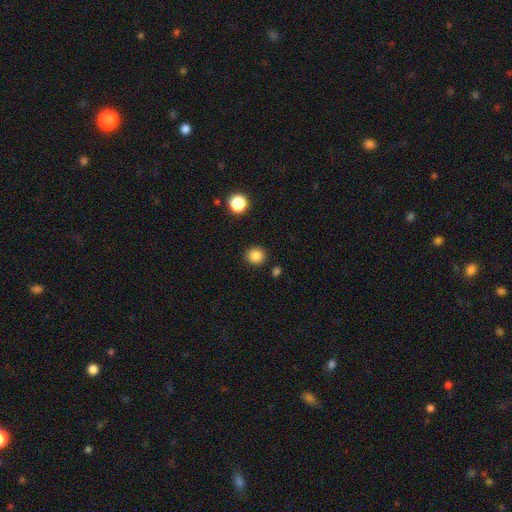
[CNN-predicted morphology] Smooth or featured? smooth (85%)
How rounded? round (92%)
Merging? none (89%)